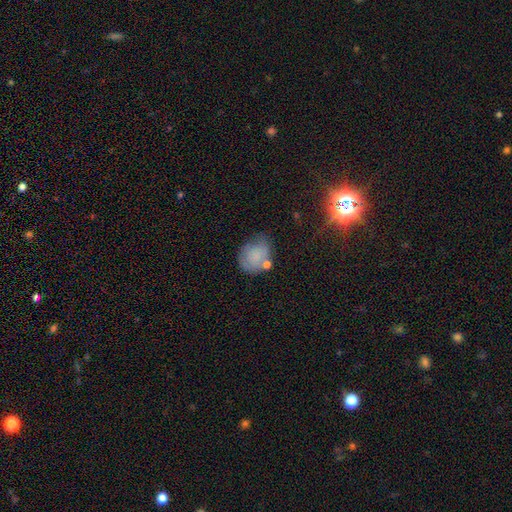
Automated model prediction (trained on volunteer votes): Smooth or featured?
  - smooth: 73% *
  - featured or disk: 16%
  - star or artifact: 11%
How rounded?
  - round: 59% *
  - in between: 40%
  - cigar-shaped: 1%
Merging?
  - none: 47% *
  - minor disturbance: 28%
  - merger: 13%
  - major disturbance: 12%